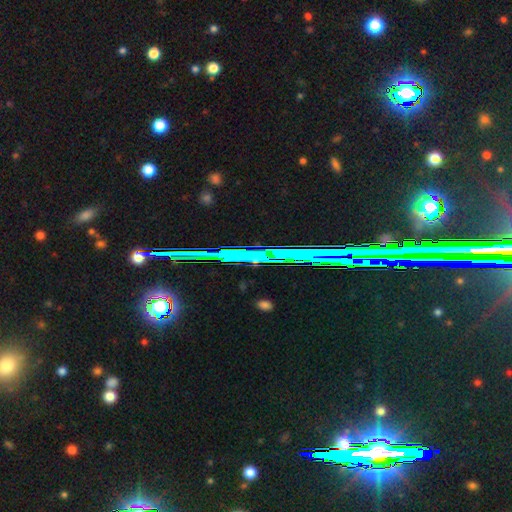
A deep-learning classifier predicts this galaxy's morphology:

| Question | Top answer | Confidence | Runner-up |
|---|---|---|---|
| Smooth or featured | star or artifact | 74% | featured or disk (16%) |